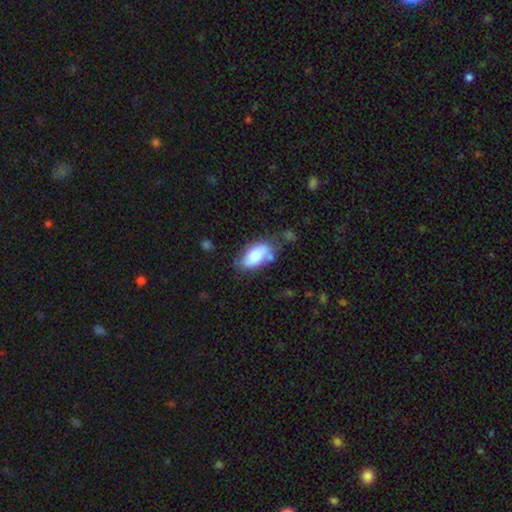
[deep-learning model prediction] Q: Smooth or featured?
A: smooth (69%); runner-up: featured or disk (25%)
Q: How rounded?
A: in between (93%); runner-up: round (4%)
Q: Merging?
A: none (51%); runner-up: minor disturbance (27%)